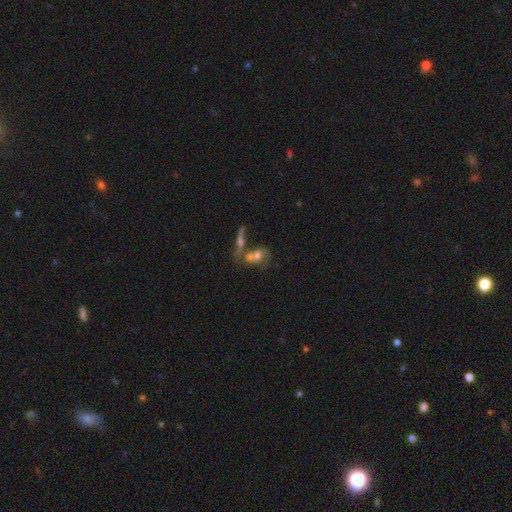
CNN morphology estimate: A featured or disk galaxy (45%).

Vote fractions:
- Smooth or featured? featured or disk: 45% / smooth: 41% / star or artifact: 14%
- Merging? merger: 56% / none: 27% / minor disturbance: 9% / major disturbance: 8%